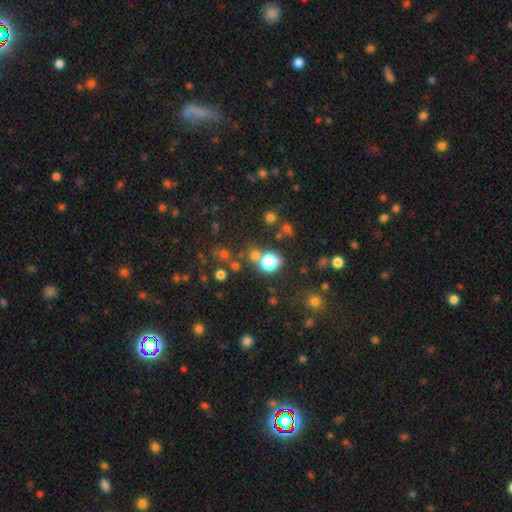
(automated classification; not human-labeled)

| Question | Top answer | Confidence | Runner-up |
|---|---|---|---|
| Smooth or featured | smooth | 56% | star or artifact (36%) |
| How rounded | round | 88% | in between (11%) |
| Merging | none | 69% | merger (17%) |